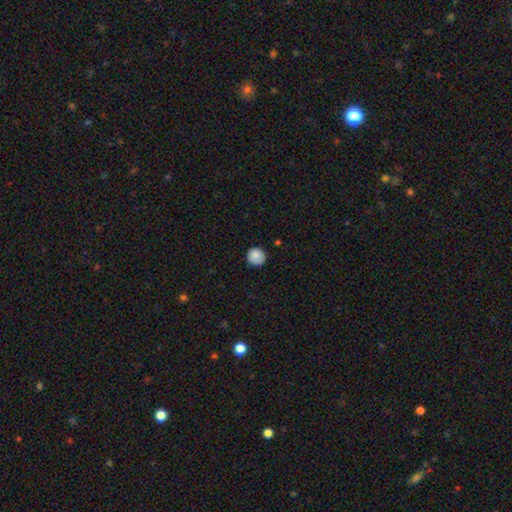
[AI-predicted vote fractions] smooth-or-featured: smooth: 87% | star or artifact: 8% | featured or disk: 4%
  how-rounded: round: 93% | in between: 6% | cigar-shaped: 1%
  merging: none: 87% | minor disturbance: 10% | major disturbance: 2% | merger: 1%